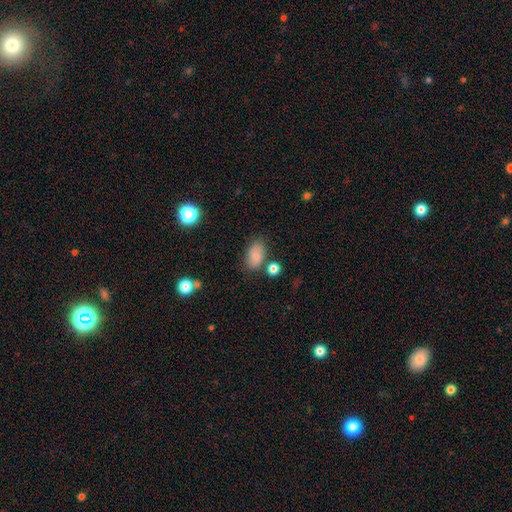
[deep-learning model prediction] This appears to be a smooth galaxy with no disk features (78%) that is in between round and cigar-shaped (88%). Merging: none (69%).